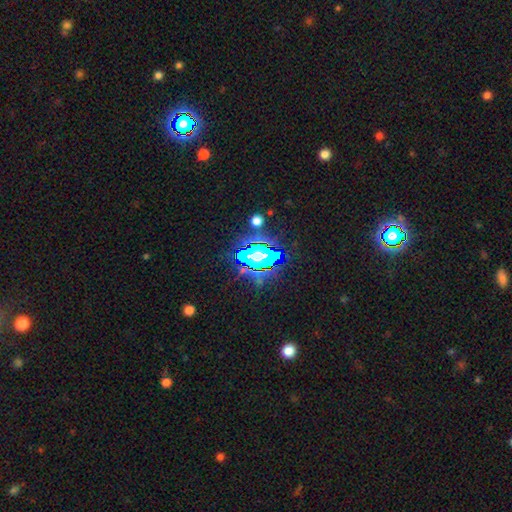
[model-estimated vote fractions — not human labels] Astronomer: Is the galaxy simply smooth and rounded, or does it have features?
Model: star or artifact — 54%.